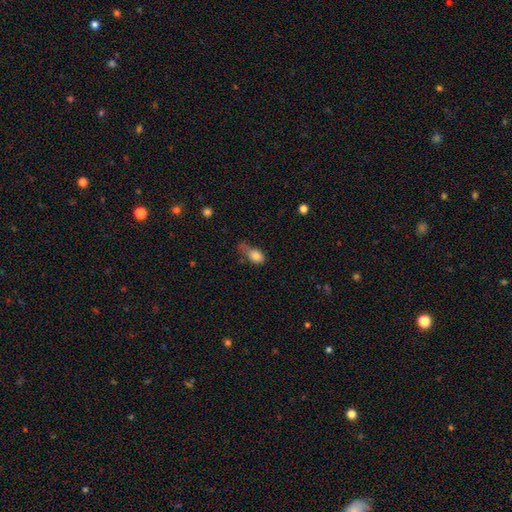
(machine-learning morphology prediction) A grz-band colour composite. It shows a smooth galaxy with no disk features (81%) that is in between round and cigar-shaped (78%). Merging: none (34%, tied with minor disturbance).